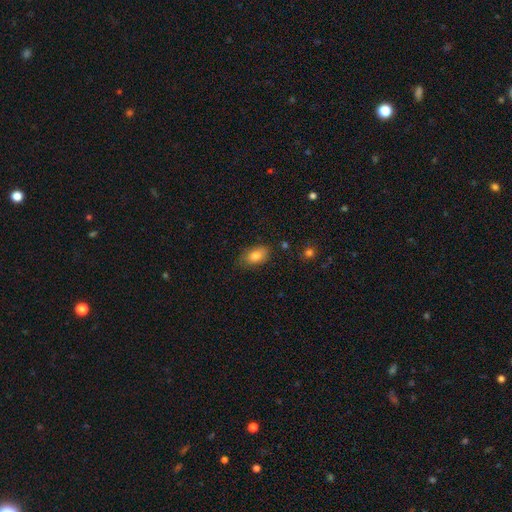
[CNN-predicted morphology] smooth-or-featured: smooth: 83% | featured or disk: 9% | star or artifact: 8%
  how-rounded: in between: 90% | round: 8% | cigar-shaped: 2%
  merging: none: 75% | minor disturbance: 19% | major disturbance: 4% | merger: 2%